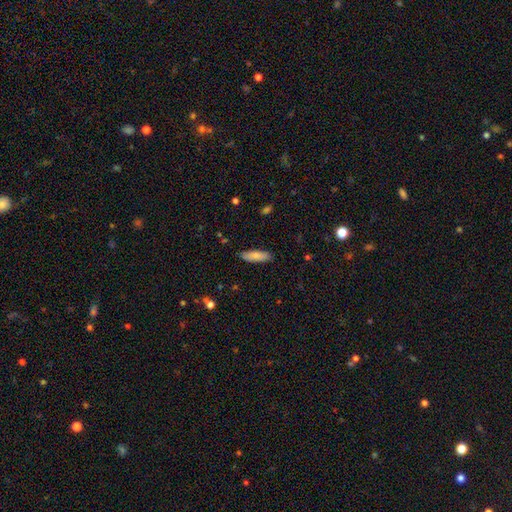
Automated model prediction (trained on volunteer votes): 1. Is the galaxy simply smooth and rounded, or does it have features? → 81% smooth, 12% featured or disk, 6% star or artifact.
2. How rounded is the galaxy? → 53% cigar-shaped, 45% in between, 2% round.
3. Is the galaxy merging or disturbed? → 86% none, 11% minor disturbance, 2% major disturbance, 1% merger.